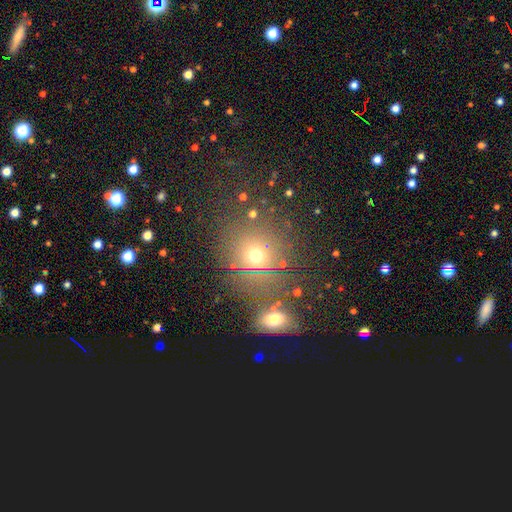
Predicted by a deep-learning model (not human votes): Overall: smooth (64%; star or artifact 24%). How rounded: round (78%). Merging: none (64%).